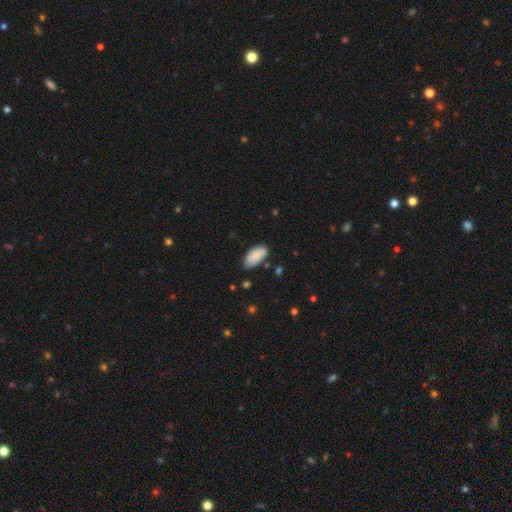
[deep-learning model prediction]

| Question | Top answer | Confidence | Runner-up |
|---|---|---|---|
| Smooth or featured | smooth | 87% | featured or disk (7%) |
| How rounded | in between | 92% | cigar-shaped (6%) |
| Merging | none | 75% | minor disturbance (19%) |